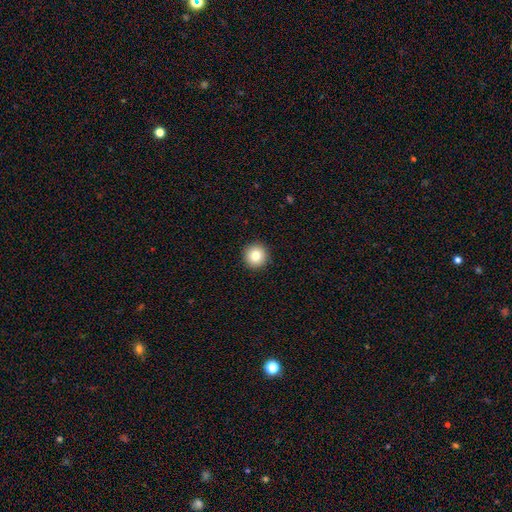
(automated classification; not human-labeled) smooth_or_featured: smooth (p=0.82) [alt: star or artifact p=0.10]
how_rounded: round (p=0.96) [alt: in between p=0.03]
merging: none (p=0.93) [alt: minor disturbance p=0.05]